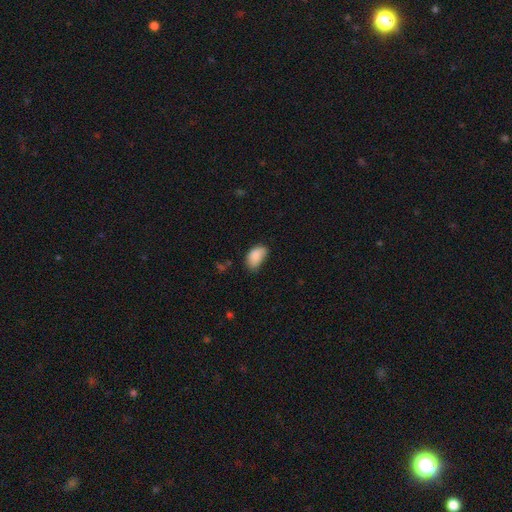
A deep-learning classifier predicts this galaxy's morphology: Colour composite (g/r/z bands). It shows a smooth galaxy with no disk features (87%) that is in between round and cigar-shaped (92%). Merging: none (49%).